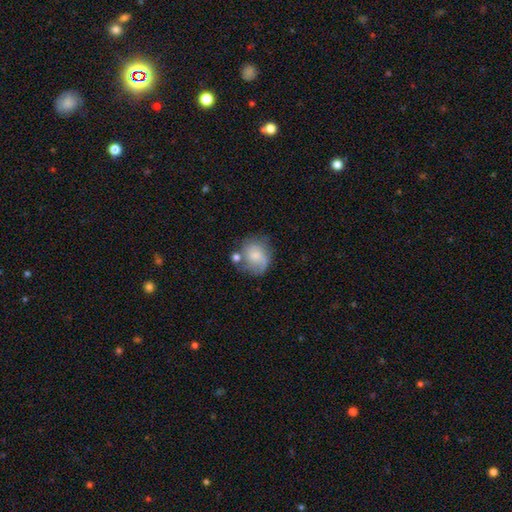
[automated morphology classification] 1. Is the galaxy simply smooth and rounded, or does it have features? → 55% smooth, 37% featured or disk, 8% star or artifact.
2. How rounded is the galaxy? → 71% round, 28% in between, 1% cigar-shaped.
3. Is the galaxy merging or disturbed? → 49% none, 24% minor disturbance, 15% merger, 12% major disturbance.